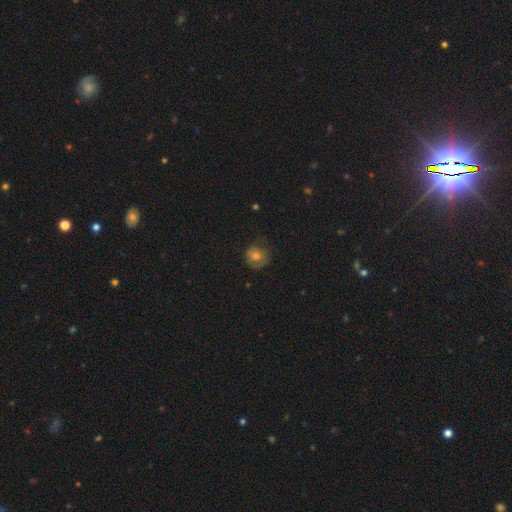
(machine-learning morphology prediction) A smooth galaxy with no disk features (65%) that is round (84%). Merging: none (65%).